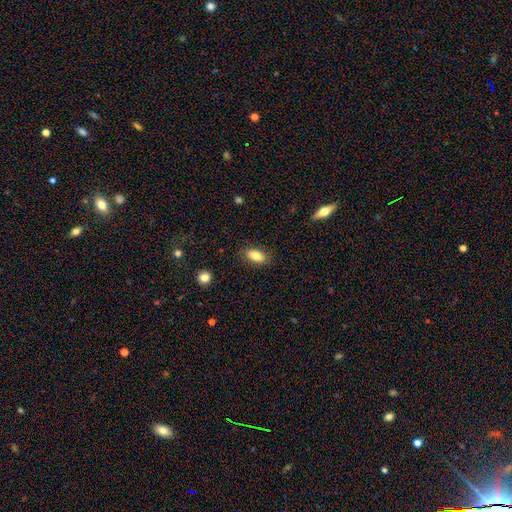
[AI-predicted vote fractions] Morphology: type=smooth (83%); roundness=in between (88%); merging=none (85%).